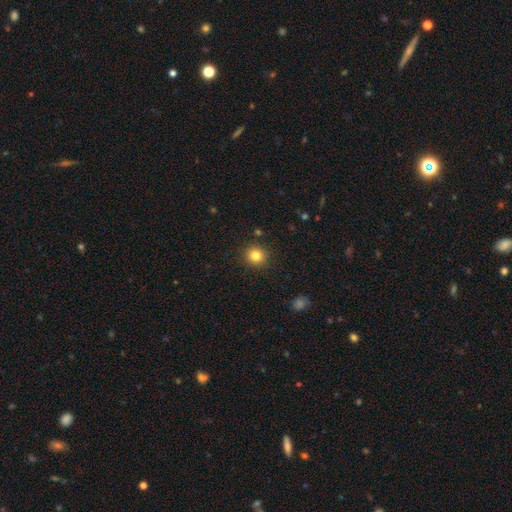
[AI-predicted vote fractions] This is clearly a smooth galaxy (83%). How rounded: clearly round (91%). Merging: clearly none (91%).